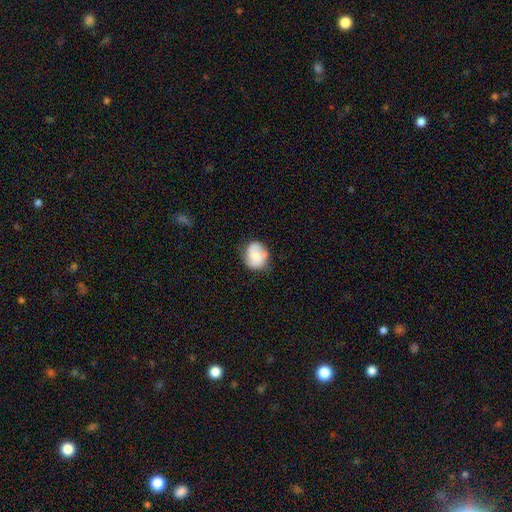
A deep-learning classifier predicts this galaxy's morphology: smooth_or_featured: smooth (p=0.49) [alt: featured or disk p=0.44]
merging: none (p=0.71) [alt: minor disturbance p=0.22]